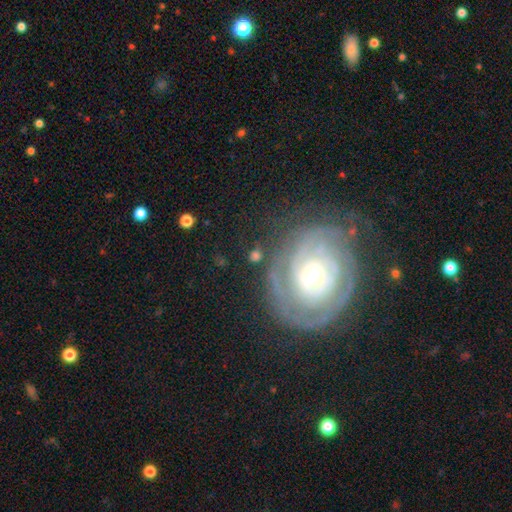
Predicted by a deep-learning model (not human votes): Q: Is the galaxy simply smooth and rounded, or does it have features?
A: smooth — 44%.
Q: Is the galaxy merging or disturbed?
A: none — 70%.